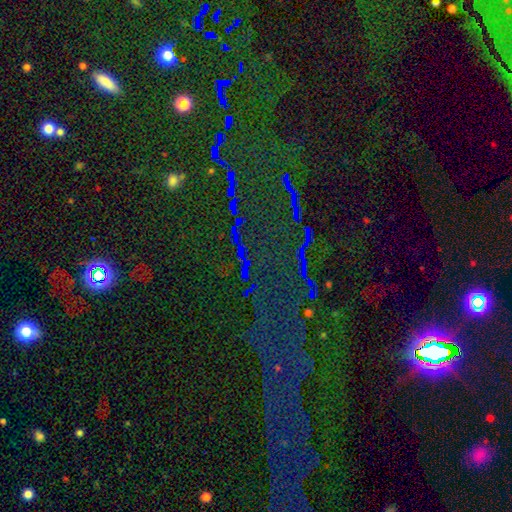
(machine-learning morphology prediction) smooth-or-featured: star or artifact: 81% | smooth: 9% | featured or disk: 9%